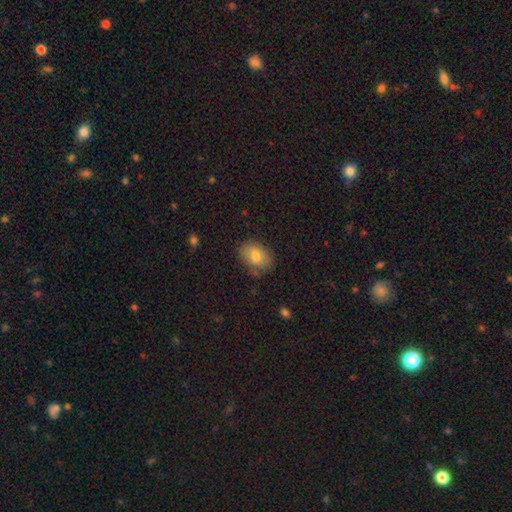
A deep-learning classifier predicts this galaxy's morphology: Smooth or featured?
  - smooth: 75% *
  - featured or disk: 17%
  - star or artifact: 9%
How rounded?
  - in between: 73% *
  - round: 25%
  - cigar-shaped: 1%
Merging?
  - none: 73% *
  - minor disturbance: 21%
  - major disturbance: 5%
  - merger: 2%